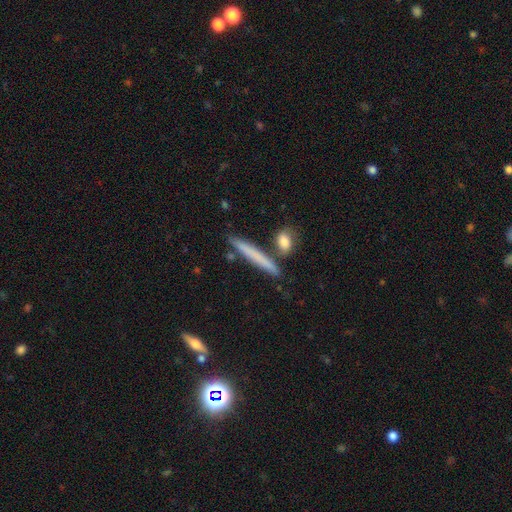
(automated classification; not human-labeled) Overall: smooth (62%; featured or disk 30%). How rounded: cigar-shaped (94%). Merging: none (82%).